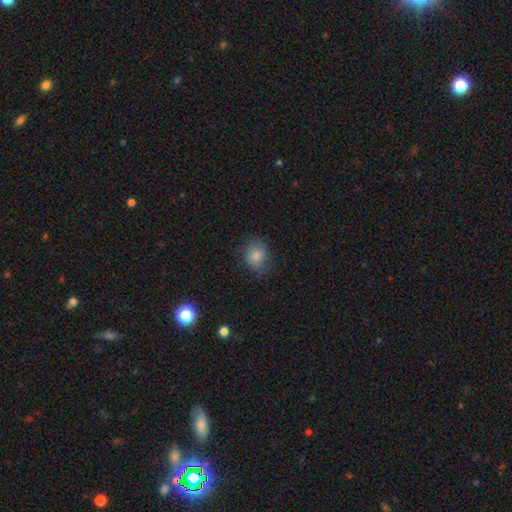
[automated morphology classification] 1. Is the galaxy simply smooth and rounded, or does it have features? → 81% smooth, 12% star or artifact, 8% featured or disk.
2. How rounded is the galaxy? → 65% round, 35% in between, 1% cigar-shaped.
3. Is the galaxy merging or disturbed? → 76% none, 18% minor disturbance, 5% major disturbance, 1% merger.